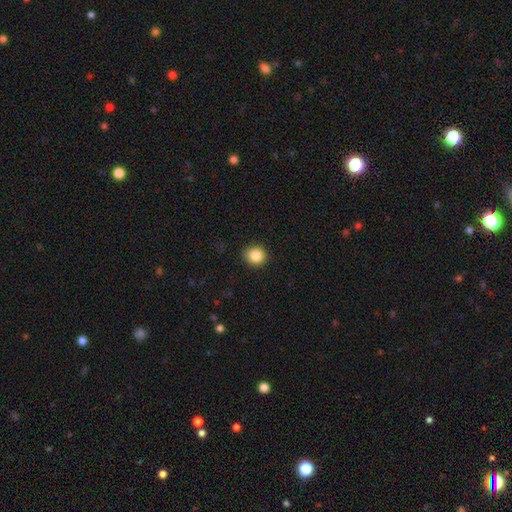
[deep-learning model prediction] Overall: smooth (85%). How rounded: round (87%). Merging: none (90%).